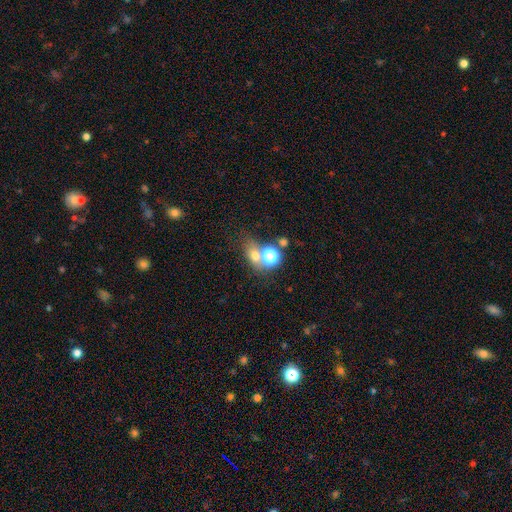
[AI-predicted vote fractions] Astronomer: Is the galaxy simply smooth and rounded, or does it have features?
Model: smooth — 63%.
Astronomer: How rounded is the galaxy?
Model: round — 54% (runner-up: in between, 44%).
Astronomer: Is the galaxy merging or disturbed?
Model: none — 48% (runner-up: merger, 35%).